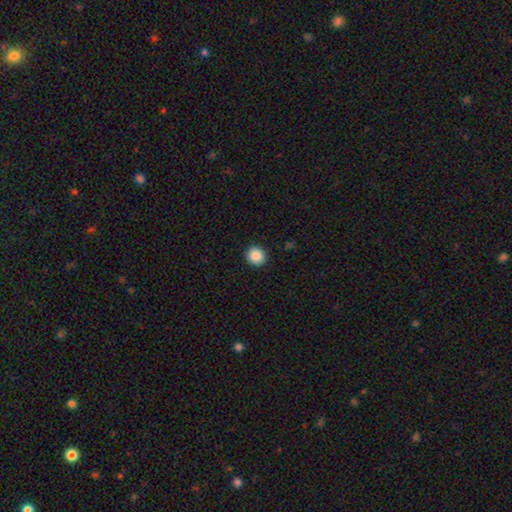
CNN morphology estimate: Smooth or featured? Predicted: smooth (p=0.88). How rounded? Predicted: round (p=0.91). Merging? Predicted: none (p=0.92).